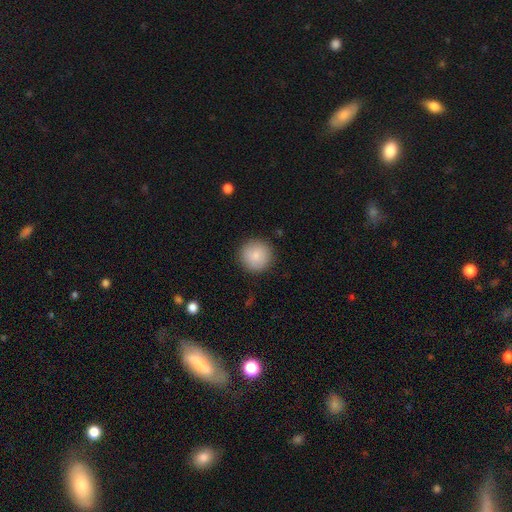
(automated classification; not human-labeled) Smooth or featured? Predicted: smooth (p=0.86). How rounded? Predicted: round (p=0.95). Merging? Predicted: none (p=0.90).